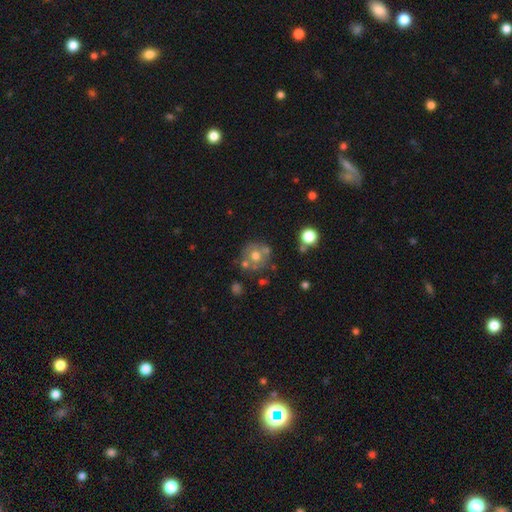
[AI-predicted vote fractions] smooth 53%, featured or disk 36%, star or artifact 11%. Down the decision tree: how rounded — round (87%); merging — none (60%).